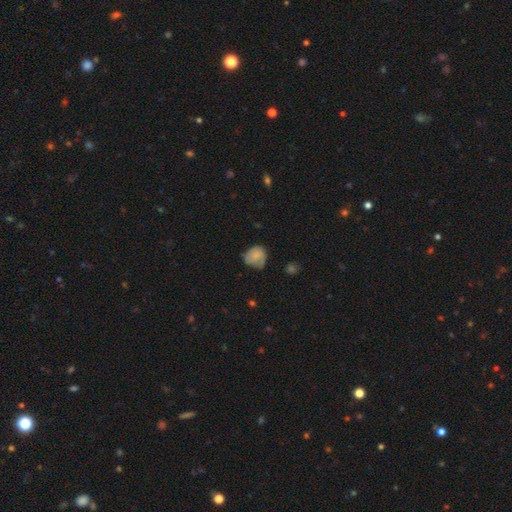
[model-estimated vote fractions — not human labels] Overall: smooth (72%). How rounded: round (72%). Merging: none (49%; minor disturbance 37%).